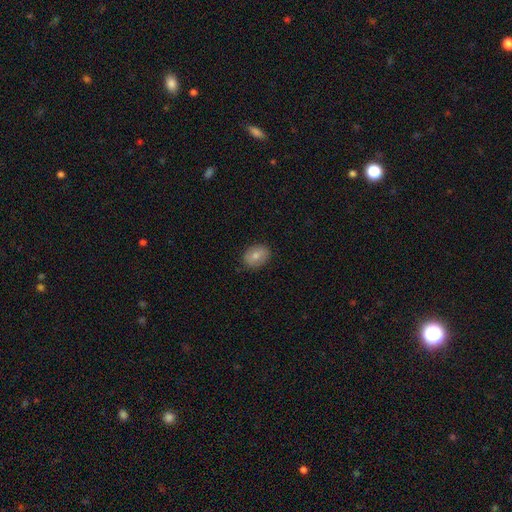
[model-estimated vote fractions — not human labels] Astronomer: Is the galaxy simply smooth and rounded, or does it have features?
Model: smooth — 69%.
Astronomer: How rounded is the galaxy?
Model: in between — 67%.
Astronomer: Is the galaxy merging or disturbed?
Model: none — 85%.